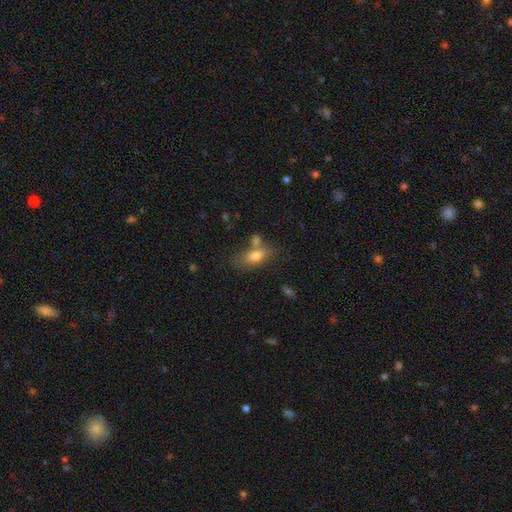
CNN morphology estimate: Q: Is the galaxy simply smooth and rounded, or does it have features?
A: smooth — 72%.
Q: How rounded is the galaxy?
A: in between — 77%.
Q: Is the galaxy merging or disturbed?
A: none — 52%.